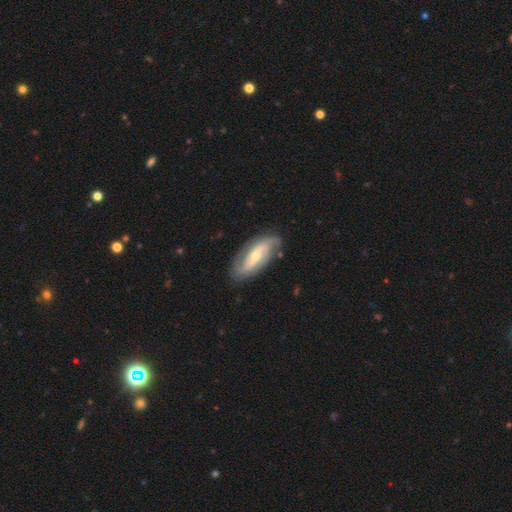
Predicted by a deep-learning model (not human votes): Smooth or featured? featured or disk (82%)
Edge-on disk? no (92%)
Bar? weak (37%)
Spiral arms? yes (93%)
Spiral winding? medium (42%)
Spiral arm count? 2 (78%)
Bulge size? small (53%)
Merging? none (78%)